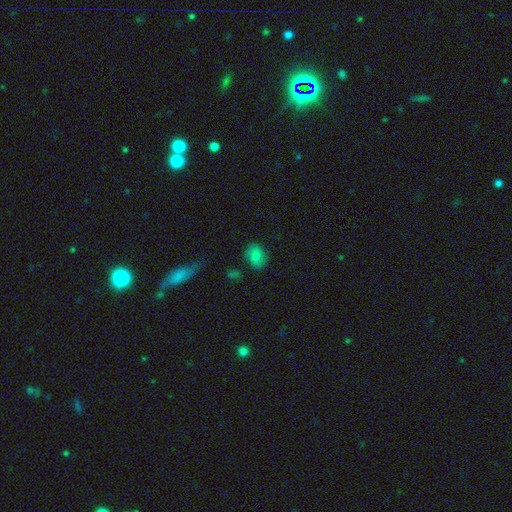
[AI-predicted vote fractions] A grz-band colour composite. It shows a smooth galaxy with no disk features (73%) that is in between round and cigar-shaped (52%). Merging: none (78%).